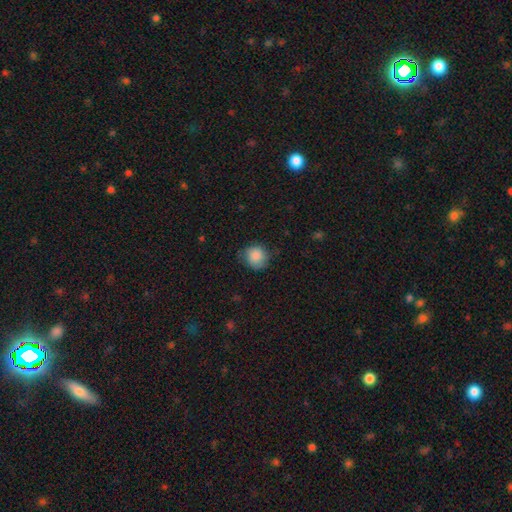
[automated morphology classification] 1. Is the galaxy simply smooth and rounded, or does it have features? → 86% smooth, 8% star or artifact, 6% featured or disk.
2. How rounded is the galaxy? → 85% round, 14% in between, 1% cigar-shaped.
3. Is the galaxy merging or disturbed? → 72% none, 22% minor disturbance, 5% major disturbance, 1% merger.